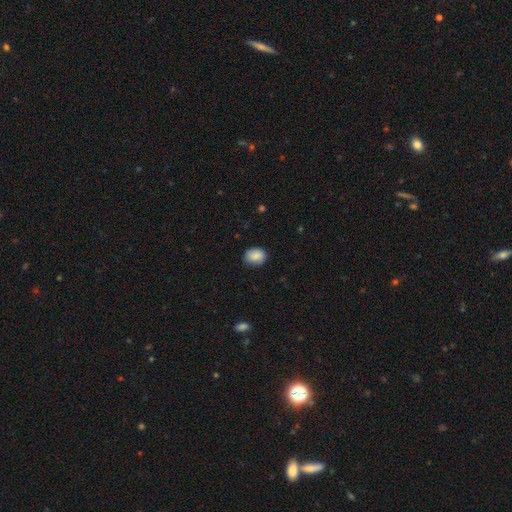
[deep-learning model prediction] Smooth or featured? Predicted: smooth (p=0.86). How rounded? Predicted: round (p=0.51). Merging? Predicted: none (p=0.83).